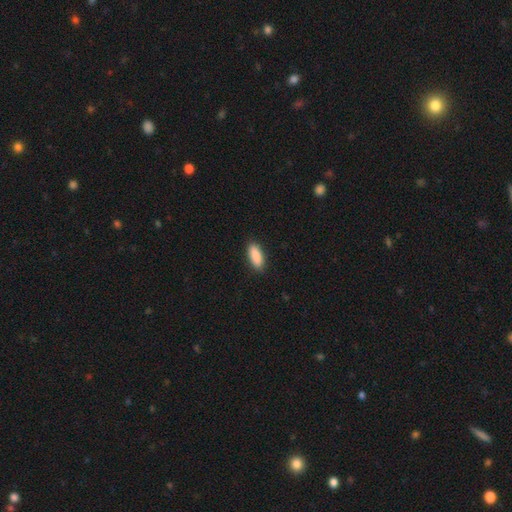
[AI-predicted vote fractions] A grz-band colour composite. It shows a smooth galaxy with no disk features (90%) that is in between round and cigar-shaped (74%). Merging: none (90%).